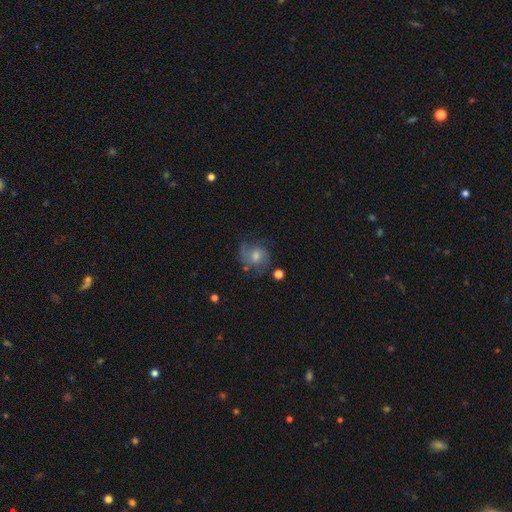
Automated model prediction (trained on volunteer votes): featured or disk 46%, smooth 44%, star or artifact 10%. Down the decision tree: merging — none (57%).